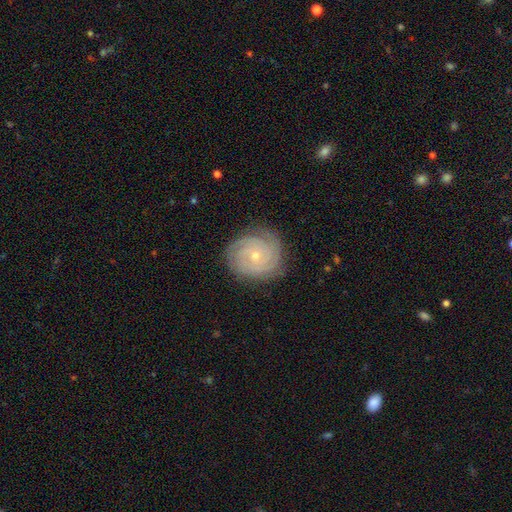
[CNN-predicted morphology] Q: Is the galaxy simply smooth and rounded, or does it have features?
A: featured or disk — 82%.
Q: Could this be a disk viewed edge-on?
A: no — 98%.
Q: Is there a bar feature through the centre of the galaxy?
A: no — 81%.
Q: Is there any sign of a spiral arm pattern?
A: yes — 97%.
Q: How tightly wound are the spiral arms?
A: tight — 82%.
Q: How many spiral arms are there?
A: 3 — 31%.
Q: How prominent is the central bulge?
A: small — 71%.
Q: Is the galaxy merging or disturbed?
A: none — 82%.